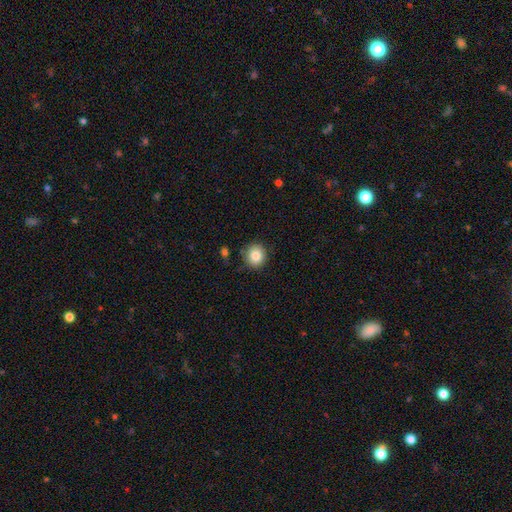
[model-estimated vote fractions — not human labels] A smooth galaxy with no disk features (85%) that is round (86%). Merging: none (84%).